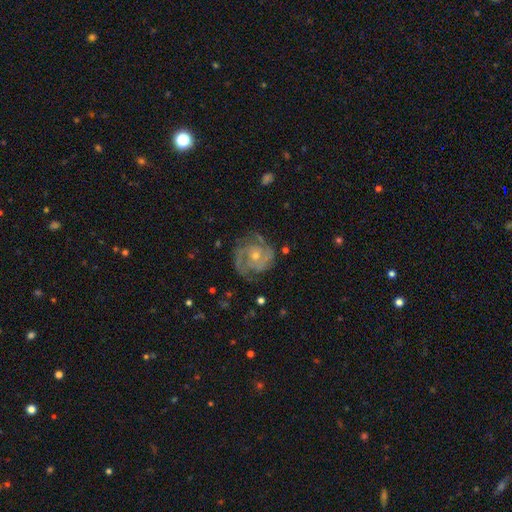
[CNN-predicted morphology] featured or disk 87%, smooth 7%, star or artifact 6%. Down the decision tree: edge-on disk — no (98%); bar — no (72%); spiral arms — yes (96%); spiral arm count — 2 (48%); spiral winding — tight (53%); bulge size — small (57%); merging — none (75%).